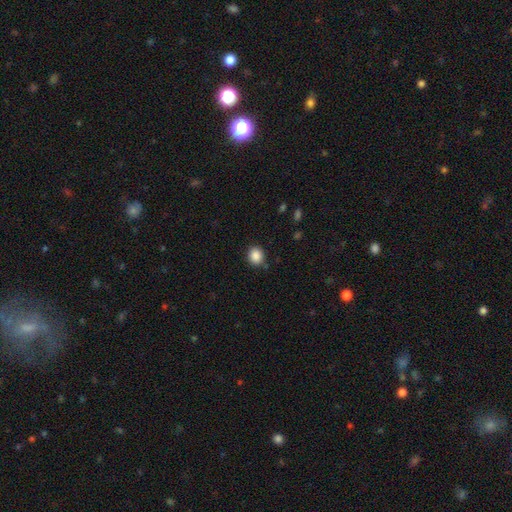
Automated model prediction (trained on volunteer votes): Morphology: type=smooth (88%); roundness=round (78%); merging=none (86%).